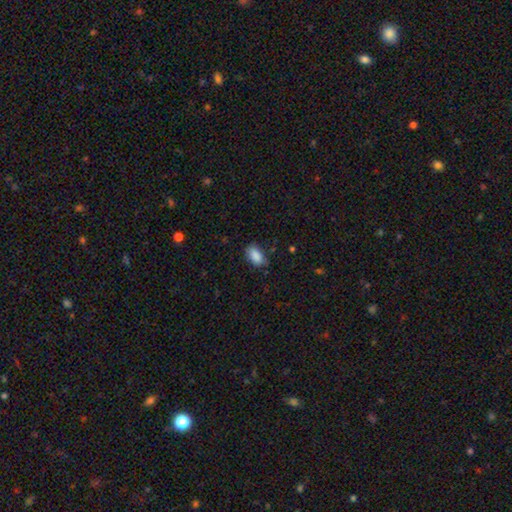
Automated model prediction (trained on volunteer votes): Smooth or featured? smooth (89%)
How rounded? in between (92%)
Merging? none (79%)